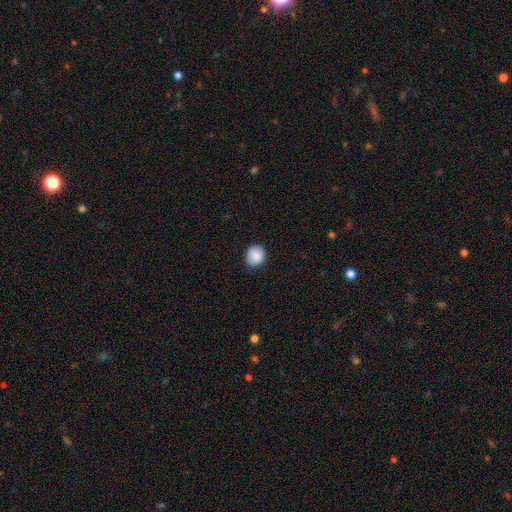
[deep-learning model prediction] This is clearly a smooth galaxy (87%). How rounded: clearly round (80%). Merging: clearly none (85%).